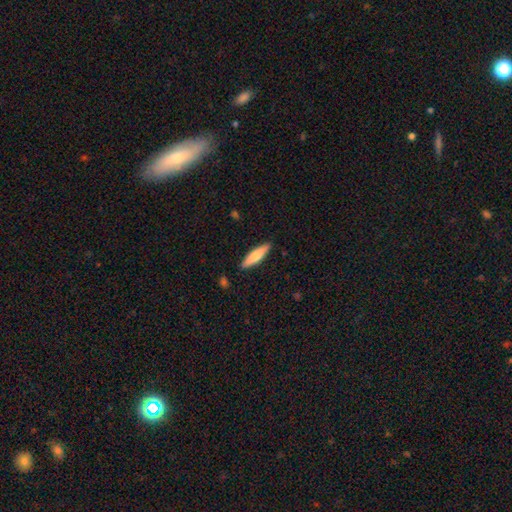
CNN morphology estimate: Smooth or featured? Predicted: smooth (p=0.73). How rounded? Predicted: cigar-shaped (p=0.77). Merging? Predicted: none (p=0.89).